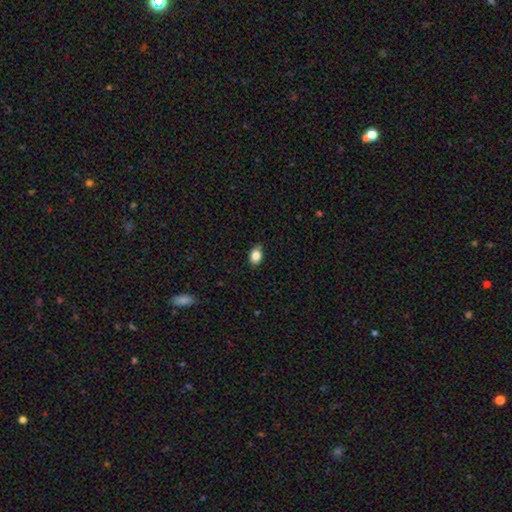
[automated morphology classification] Smooth or featured: smooth — 86% (star or artifact — 9%)
How rounded: in between — 77% (round — 22%)
Merging: none — 76% (minor disturbance — 20%)